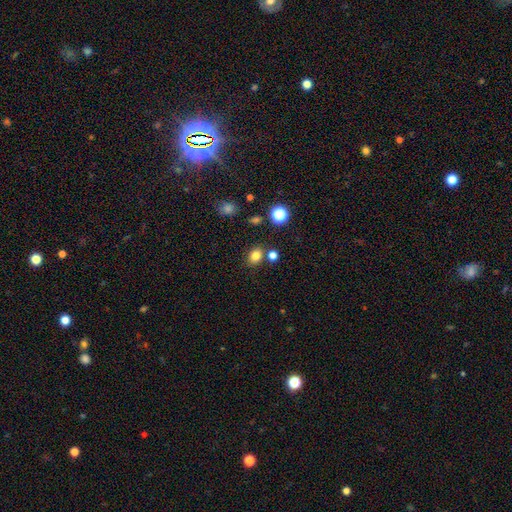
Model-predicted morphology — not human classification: Smooth or featured? smooth (80%)
How rounded? round (56%)
Merging? none (76%)